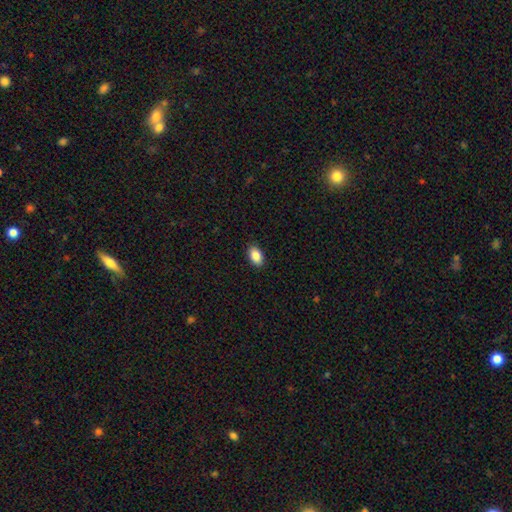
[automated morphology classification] A smooth galaxy with no disk features (88%) that is in between round and cigar-shaped (91%).

Vote fractions:
- Smooth or featured? smooth: 88% / star or artifact: 7% / featured or disk: 4%
- How rounded? in between: 91% / round: 8% / cigar-shaped: 1%
- Merging? none: 90% / minor disturbance: 8% / major disturbance: 2% / merger: 1%